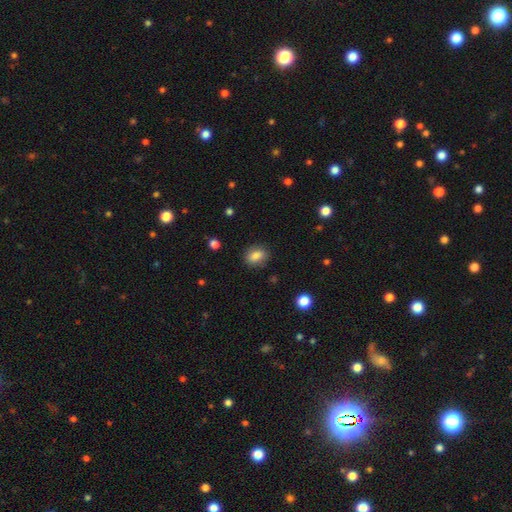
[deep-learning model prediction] A smooth galaxy with no disk features (84%) that is in between round and cigar-shaped (62%).

Vote fractions:
- Smooth or featured? smooth: 84% / star or artifact: 9% / featured or disk: 7%
- How rounded? in between: 62% / round: 36% / cigar-shaped: 2%
- Merging? none: 85% / minor disturbance: 11% / major disturbance: 3% / merger: 1%